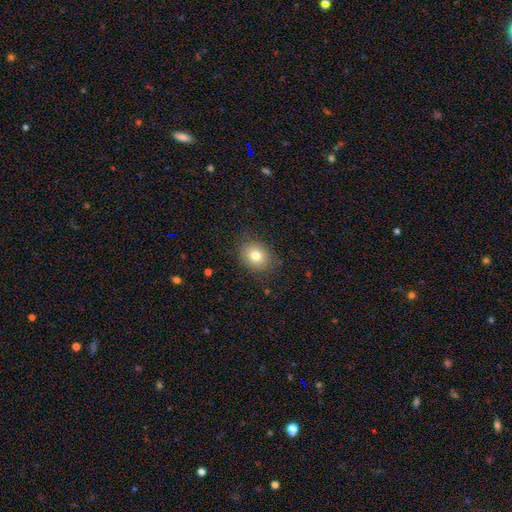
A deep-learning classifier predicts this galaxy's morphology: Smooth or featured: smooth — 78% (star or artifact — 12%)
How rounded: round — 59% (in between — 40%)
Merging: none — 86% (minor disturbance — 10%)